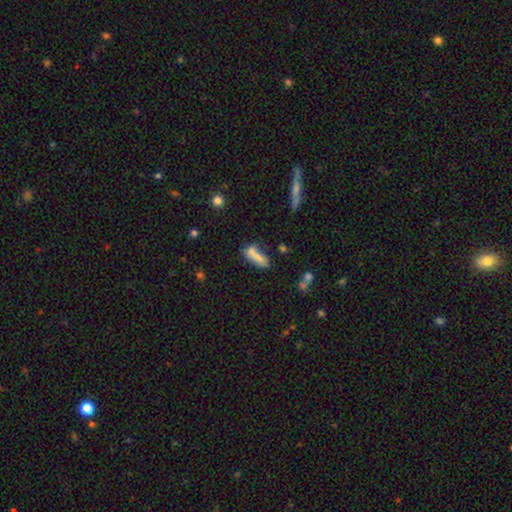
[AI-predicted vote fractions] This is likely a smooth galaxy (73%). How rounded: possibly in between (58%). Merging: marginally none (37%).